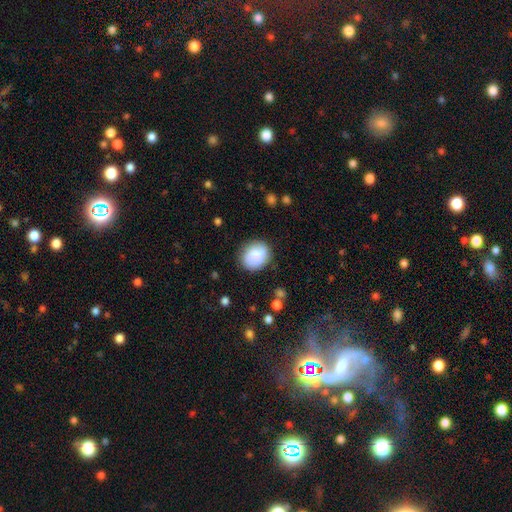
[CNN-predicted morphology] This is likely a smooth galaxy (76%). How rounded: likely round (70%). Merging: clearly none (83%).